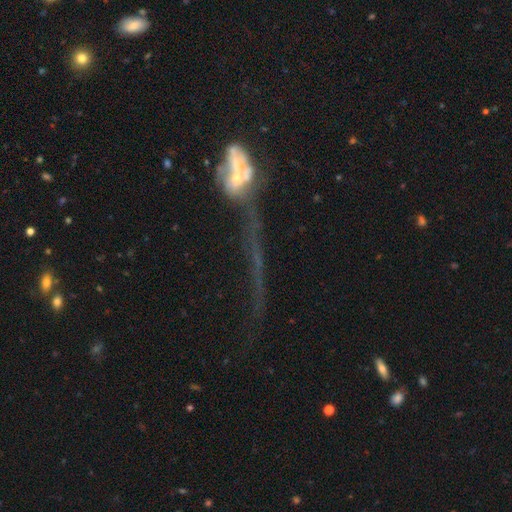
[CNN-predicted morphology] Smooth or featured? Predicted: featured or disk (p=0.49). Merging? Predicted: merger (p=0.40).